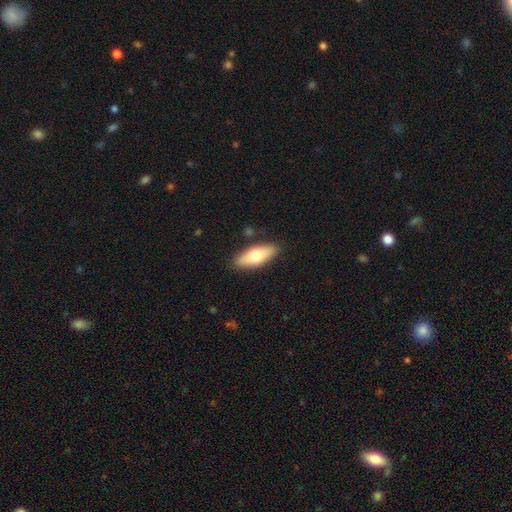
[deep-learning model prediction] Smooth or featured? smooth (68%)
How rounded? in between (75%)
Merging? none (86%)